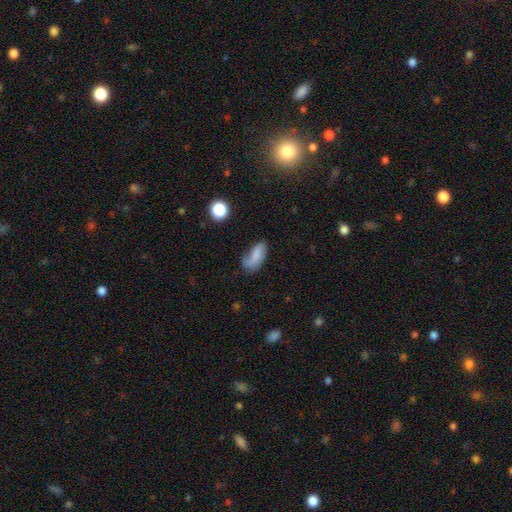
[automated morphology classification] A smooth galaxy with no disk features (68%) that is in between round and cigar-shaped (86%). Merging: none (45%).